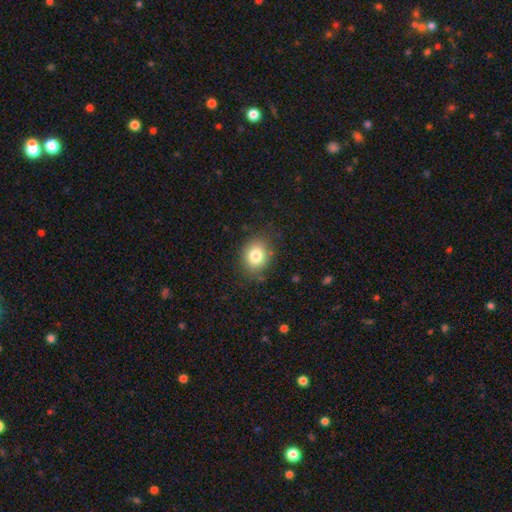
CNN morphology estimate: A smooth galaxy with no disk features (80%) that is round (61%).

Vote fractions:
- Smooth or featured? smooth: 80% / star or artifact: 11% / featured or disk: 9%
- How rounded? round: 61% / in between: 38% / cigar-shaped: 1%
- Merging? none: 83% / minor disturbance: 12% / major disturbance: 4% / merger: 1%